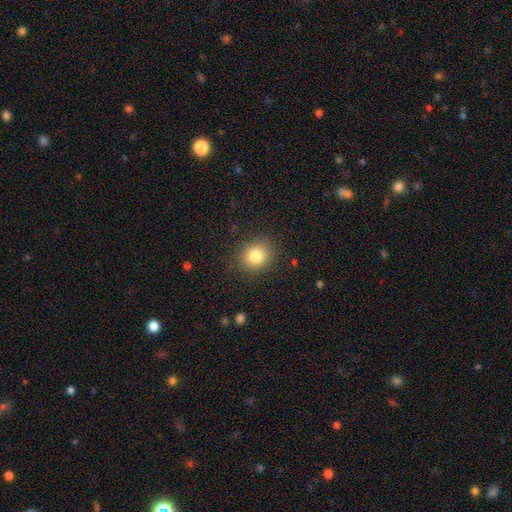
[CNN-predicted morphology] A smooth galaxy with no disk features (82%) that is round (78%). Merging: none (87%).